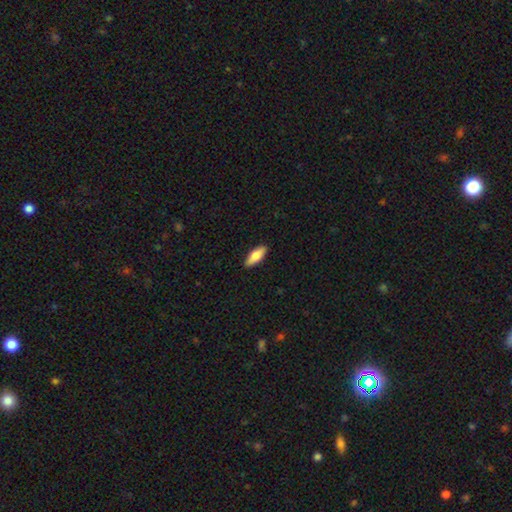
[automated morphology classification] smooth_or_featured: smooth (p=0.74) [alt: featured or disk p=0.20]
how_rounded: in between (p=0.68) [alt: cigar-shaped p=0.29]
merging: none (p=0.90) [alt: minor disturbance p=0.08]